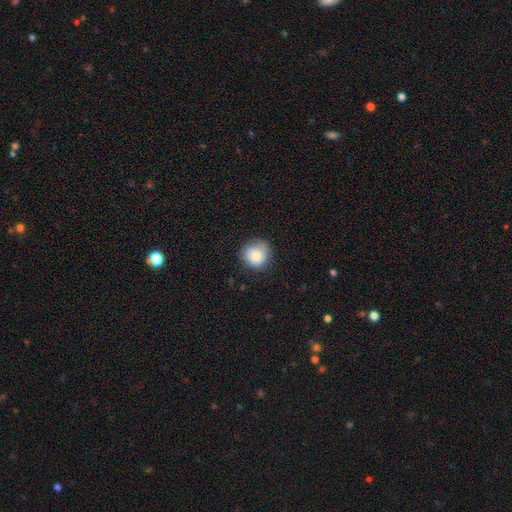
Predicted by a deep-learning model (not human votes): A smooth galaxy with no disk features (81%) that is round (89%).

Vote fractions:
- Smooth or featured? smooth: 81% / featured or disk: 10% / star or artifact: 8%
- How rounded? round: 89% / in between: 10% / cigar-shaped: 1%
- Merging? none: 76% / minor disturbance: 18% / major disturbance: 5% / merger: 1%